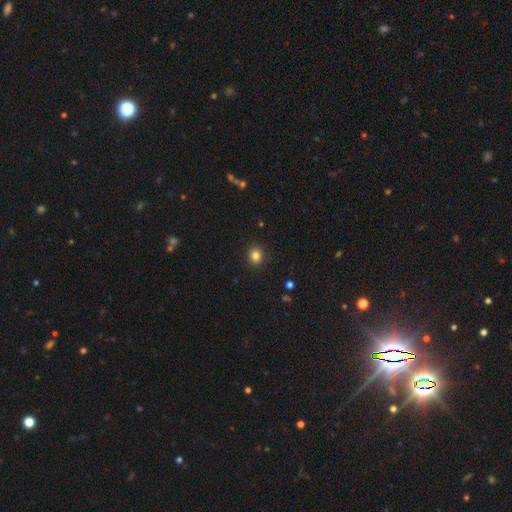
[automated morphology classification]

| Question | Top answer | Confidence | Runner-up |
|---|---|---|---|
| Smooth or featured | smooth | 83% | star or artifact (12%) |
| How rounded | round | 78% | in between (21%) |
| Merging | none | 91% | minor disturbance (6%) |